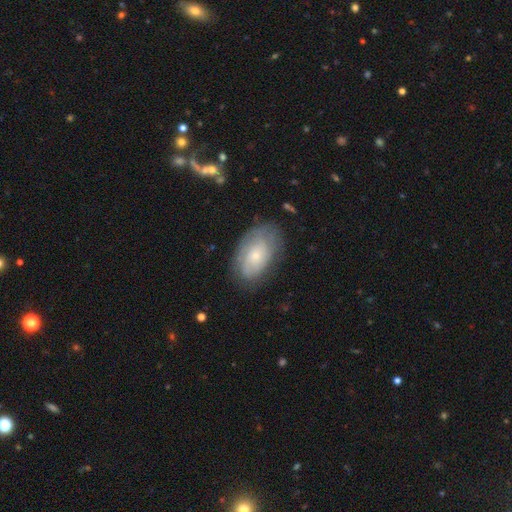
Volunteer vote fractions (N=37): smooth 49% (tied), featured or disk 49% (tied), star or artifact 3%. Down the decision tree: how rounded — in between (94%); merging — none (83%).